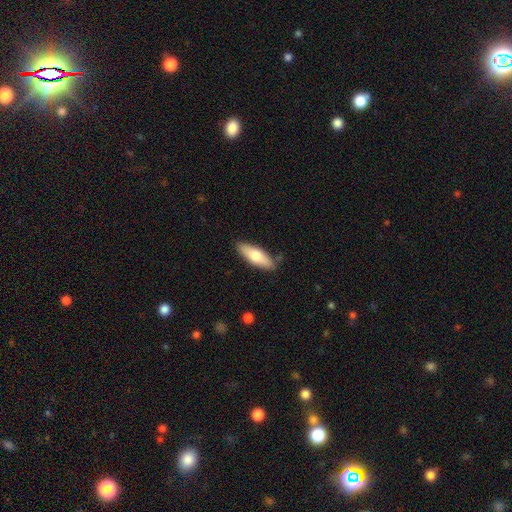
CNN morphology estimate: Smooth or featured: smooth — 67% (featured or disk — 27%)
How rounded: in between — 57% (cigar-shaped — 41%)
Merging: none — 83% (minor disturbance — 13%)